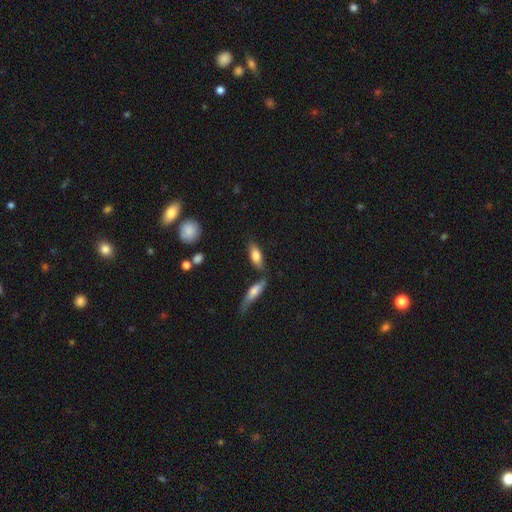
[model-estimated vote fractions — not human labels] A smooth galaxy with no disk features (75%) that is in between round and cigar-shaped (77%).

Vote fractions:
- Smooth or featured? smooth: 75% / featured or disk: 18% / star or artifact: 7%
- How rounded? in between: 77% / cigar-shaped: 20% / round: 3%
- Merging? none: 67% / minor disturbance: 15% / merger: 14% / major disturbance: 4%